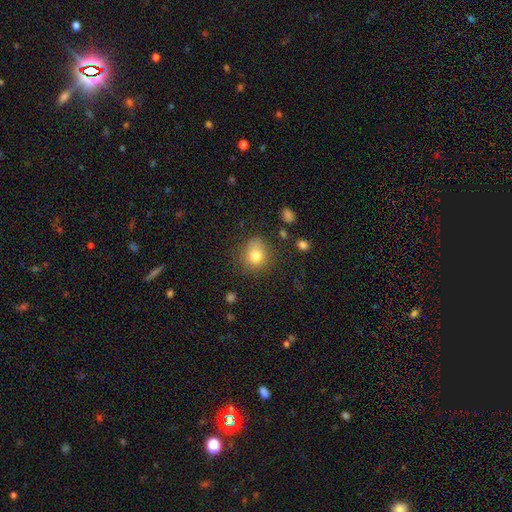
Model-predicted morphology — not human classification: This is likely a smooth galaxy (78%). How rounded: likely round (72%). Merging: likely none (70%).